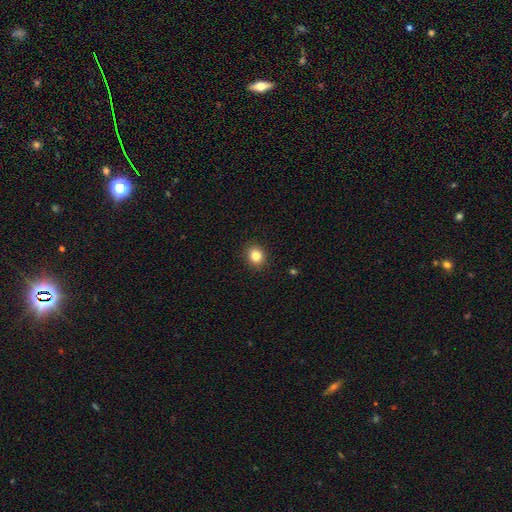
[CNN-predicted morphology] Smooth or featured?
  - smooth: 84% *
  - star or artifact: 11%
  - featured or disk: 6%
How rounded?
  - round: 70% *
  - in between: 29%
  - cigar-shaped: 1%
Merging?
  - none: 91% *
  - minor disturbance: 6%
  - major disturbance: 2%
  - merger: 1%